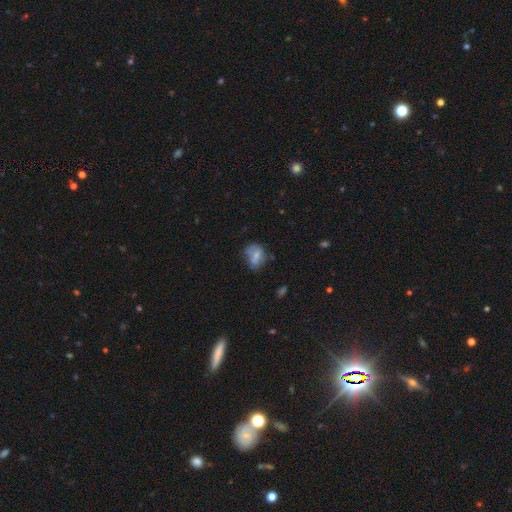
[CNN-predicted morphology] Smooth or featured?
  - smooth: 58% *
  - featured or disk: 32%
  - star or artifact: 11%
How rounded?
  - in between: 59% *
  - round: 39%
  - cigar-shaped: 2%
Merging?
  - none: 47% *
  - minor disturbance: 29%
  - major disturbance: 15%
  - merger: 9%